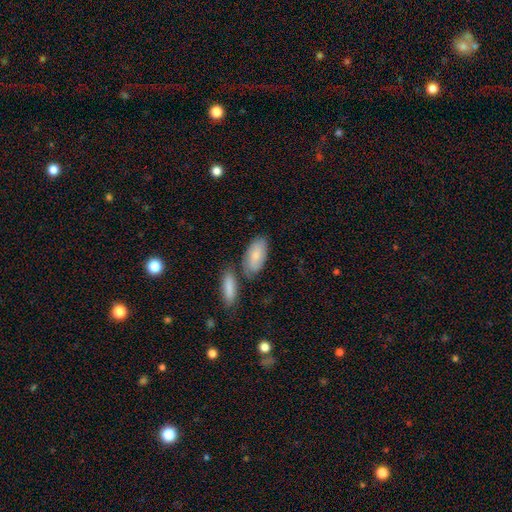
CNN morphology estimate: A smooth galaxy with no disk features (75%) that is in between round and cigar-shaped (89%).

Vote fractions:
- Smooth or featured? smooth: 75% / featured or disk: 19% / star or artifact: 6%
- How rounded? in between: 89% / cigar-shaped: 8% / round: 3%
- Merging? none: 60% / merger: 19% / minor disturbance: 17% / major disturbance: 4%